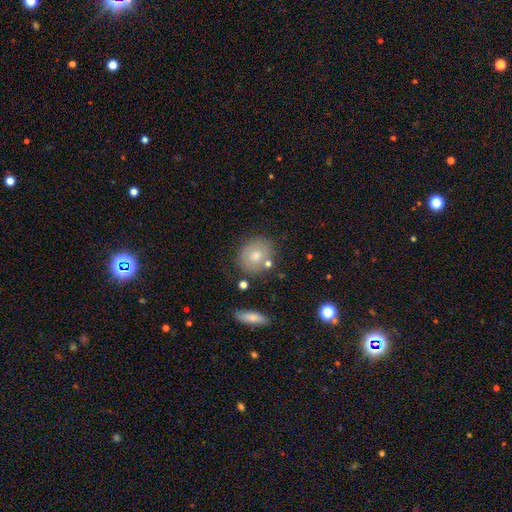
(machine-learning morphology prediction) smooth_or_featured: smooth (p=0.73) [alt: featured or disk p=0.18]
how_rounded: round (p=0.72) [alt: in between p=0.27]
merging: none (p=0.74) [alt: minor disturbance p=0.14]